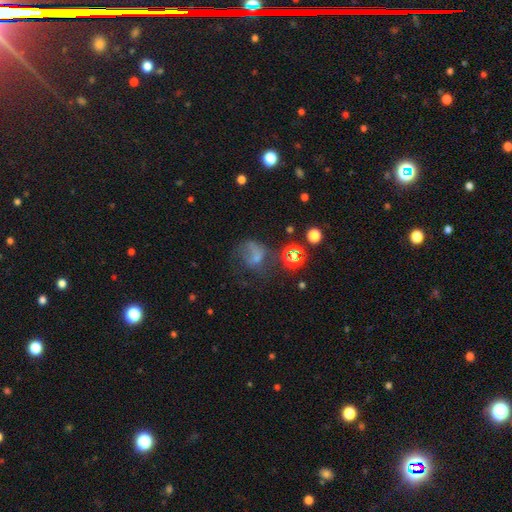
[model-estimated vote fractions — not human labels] This is possibly a smooth galaxy (45%). Merging: marginally major disturbance (42%).